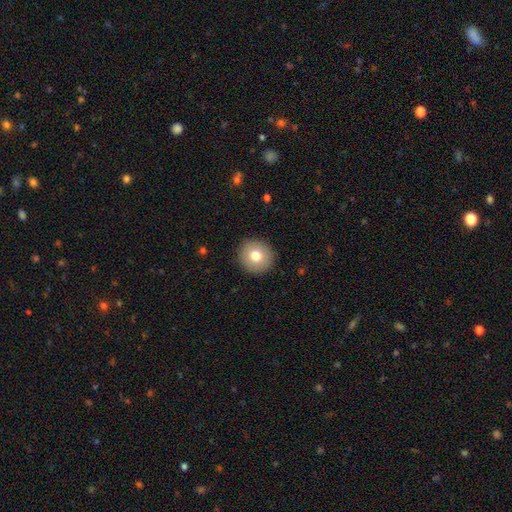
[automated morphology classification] smooth-or-featured: smooth: 75% | featured or disk: 16% | star or artifact: 9%
  how-rounded: round: 92% | in between: 7% | cigar-shaped: 1%
  merging: none: 92% | minor disturbance: 6% | major disturbance: 2% | merger: 1%